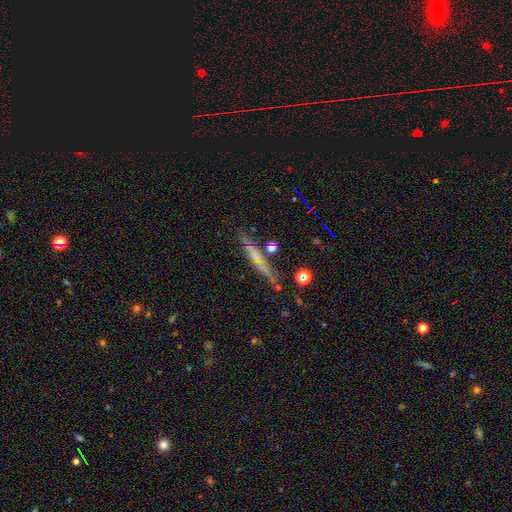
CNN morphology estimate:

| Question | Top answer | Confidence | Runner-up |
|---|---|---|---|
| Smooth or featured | featured or disk | 48% | smooth (40%) |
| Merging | none | 79% | minor disturbance (13%) |